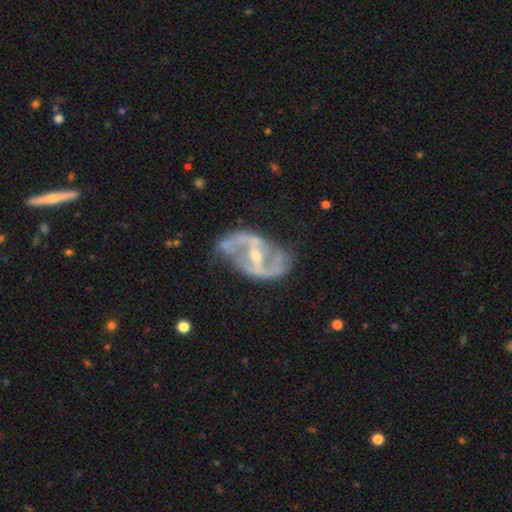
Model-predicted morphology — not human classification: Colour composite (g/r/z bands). It shows a featured or disk galaxy (88%) with a strong bar (52%), 2 (88%) medium (45%) spiral arms (89%) and a small central bulge (53%). Merging: none (63%).